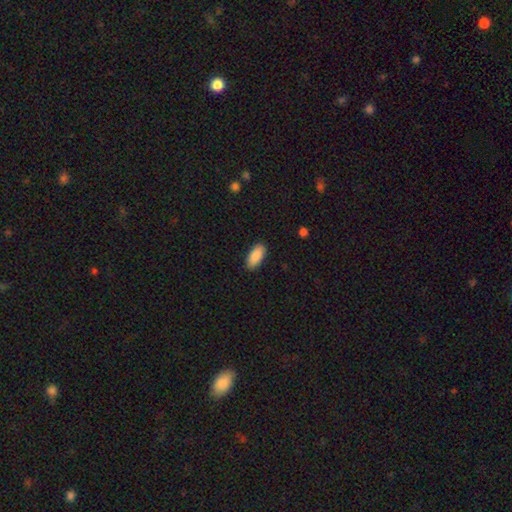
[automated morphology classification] smooth-or-featured: smooth: 90% | star or artifact: 6% | featured or disk: 4%
  how-rounded: in between: 89% | cigar-shaped: 9% | round: 2%
  merging: none: 89% | minor disturbance: 8% | major disturbance: 2% | merger: 1%